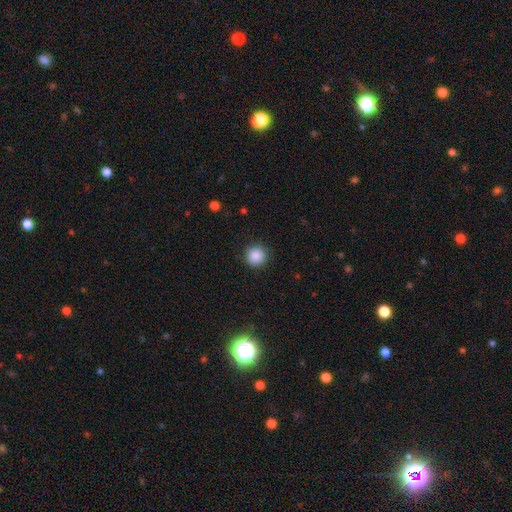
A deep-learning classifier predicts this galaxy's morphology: Smooth or featured?
  - smooth: 88% *
  - star or artifact: 9%
  - featured or disk: 3%
How rounded?
  - round: 95% *
  - in between: 4%
  - cigar-shaped: 1%
Merging?
  - none: 91% *
  - minor disturbance: 6%
  - major disturbance: 2%
  - merger: 1%